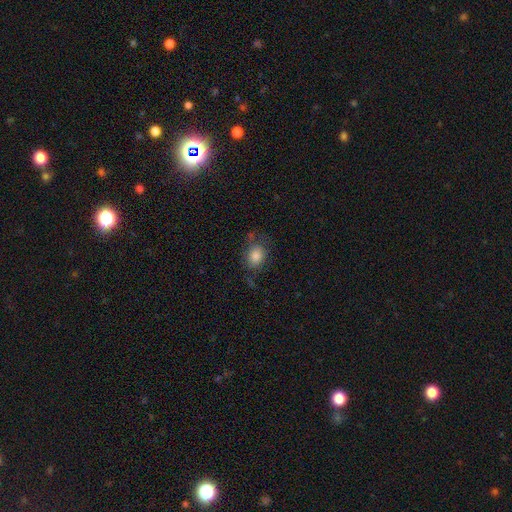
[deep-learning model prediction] Overall: smooth (83%). How rounded: in between (56%; round 43%). Merging: none (68%).